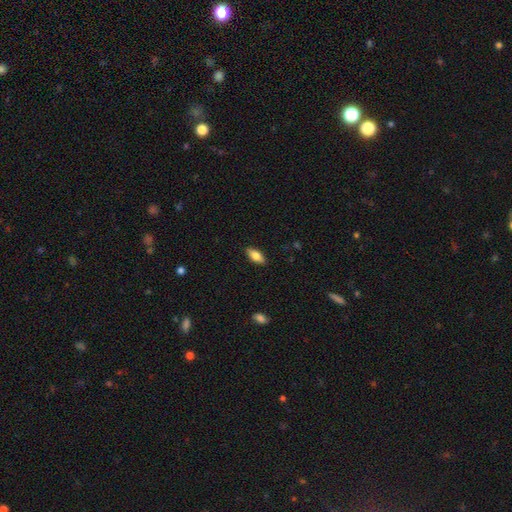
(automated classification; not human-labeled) Smooth or featured: smooth — 80% (featured or disk — 14%)
How rounded: in between — 84% (cigar-shaped — 14%)
Merging: none — 88% (minor disturbance — 9%)